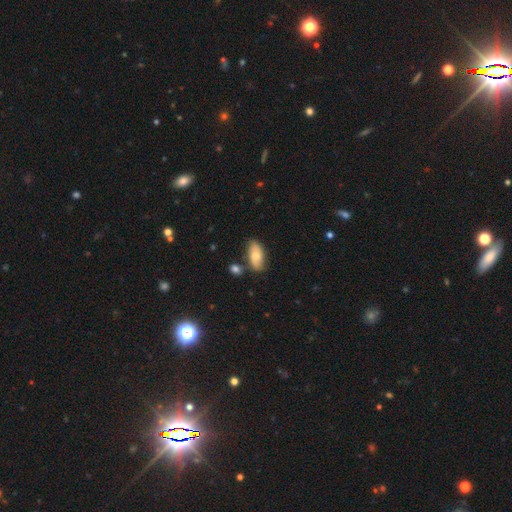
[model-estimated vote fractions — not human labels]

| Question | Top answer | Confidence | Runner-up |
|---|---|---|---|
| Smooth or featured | smooth | 66% | featured or disk (27%) |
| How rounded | in between | 89% | cigar-shaped (7%) |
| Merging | none | 69% | minor disturbance (19%) |